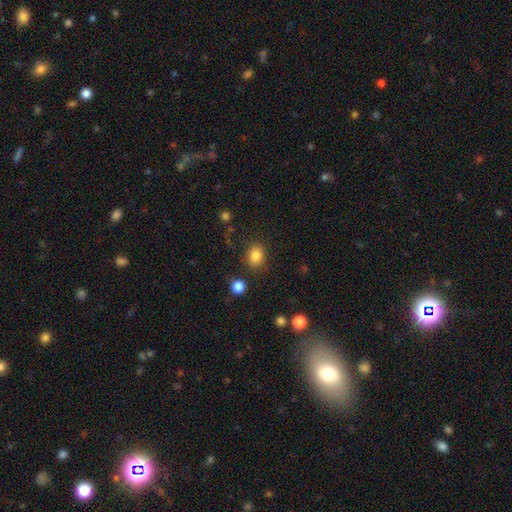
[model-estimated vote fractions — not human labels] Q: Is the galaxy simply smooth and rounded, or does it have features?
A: smooth — 84%.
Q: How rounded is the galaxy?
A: round — 57%.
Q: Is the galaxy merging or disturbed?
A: none — 82%.